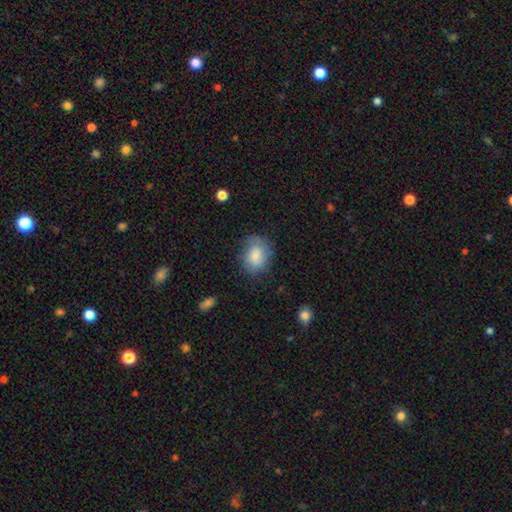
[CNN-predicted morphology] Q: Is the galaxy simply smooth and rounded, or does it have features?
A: smooth — 78%.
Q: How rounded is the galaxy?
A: in between — 61%.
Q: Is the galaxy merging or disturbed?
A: none — 65%.